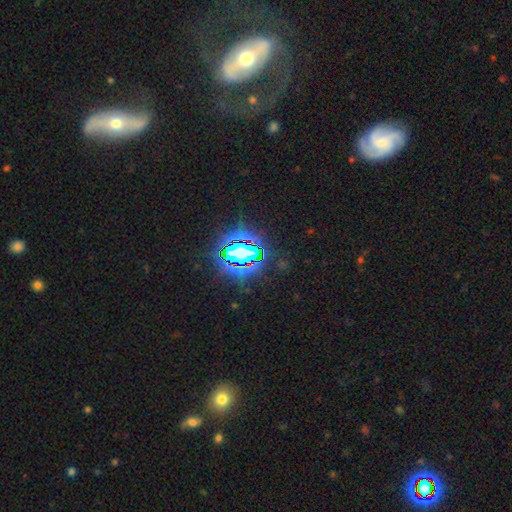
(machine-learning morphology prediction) Smooth or featured?
  - star or artifact: 78% *
  - smooth: 13%
  - featured or disk: 9%